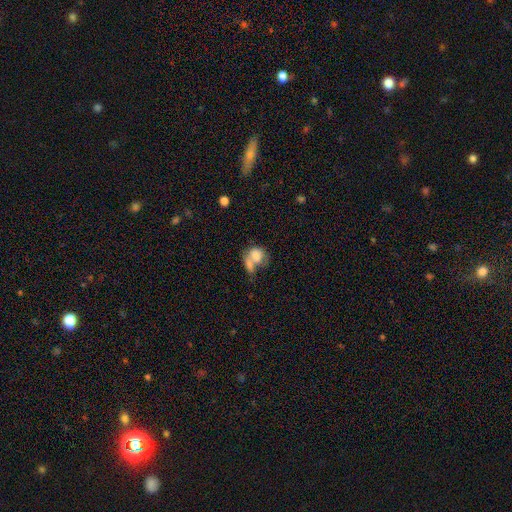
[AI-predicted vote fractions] The model was most divided on "how rounded": in between: 60%, round: 38%, cigar-shaped: 2%. More confident: smooth or featured — smooth (71%); merging — merger (60%).